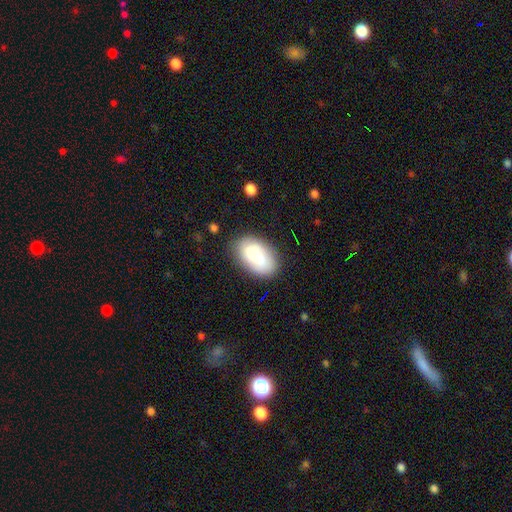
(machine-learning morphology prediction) type=smooth (69%); roundness=in between (92%); merging=none (78%).